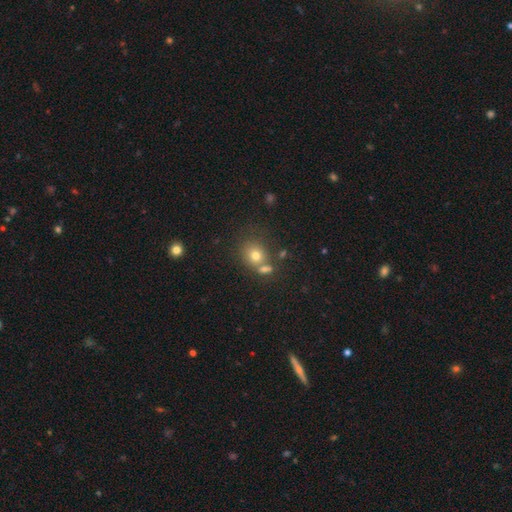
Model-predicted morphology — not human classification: Q: Smooth or featured?
A: smooth (72%); runner-up: star or artifact (16%)
Q: How rounded?
A: round (74%); runner-up: in between (25%)
Q: Merging?
A: none (56%); runner-up: merger (29%)